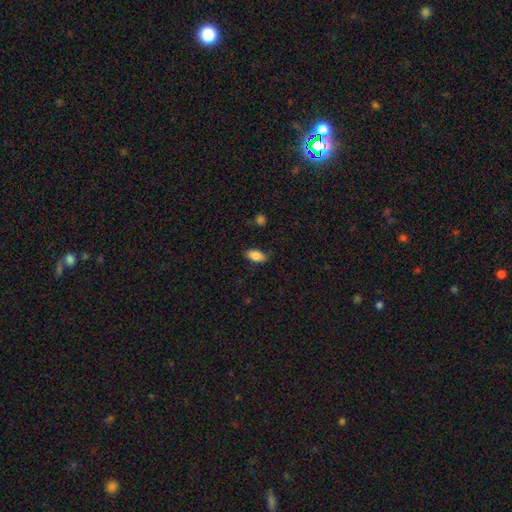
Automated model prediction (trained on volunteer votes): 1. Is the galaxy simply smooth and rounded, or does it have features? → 85% smooth, 8% featured or disk, 7% star or artifact.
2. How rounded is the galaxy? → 90% in between, 7% cigar-shaped, 3% round.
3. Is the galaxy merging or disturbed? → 85% none, 11% minor disturbance, 2% major disturbance, 1% merger.